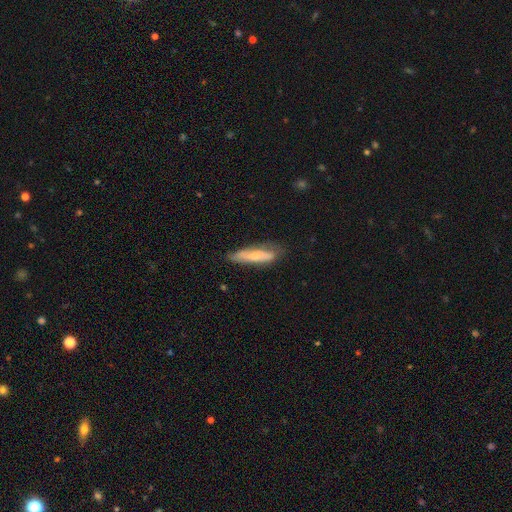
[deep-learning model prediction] Smooth or featured? smooth (55%)
How rounded? cigar-shaped (68%)
Merging? none (66%)